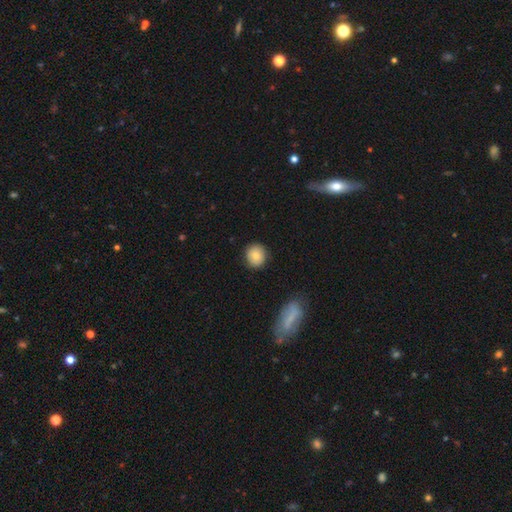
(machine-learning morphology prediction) Smooth or featured?
  - smooth: 80% *
  - featured or disk: 12%
  - star or artifact: 8%
How rounded?
  - round: 86% *
  - in between: 13%
  - cigar-shaped: 1%
Merging?
  - none: 86% *
  - minor disturbance: 10%
  - major disturbance: 2%
  - merger: 1%